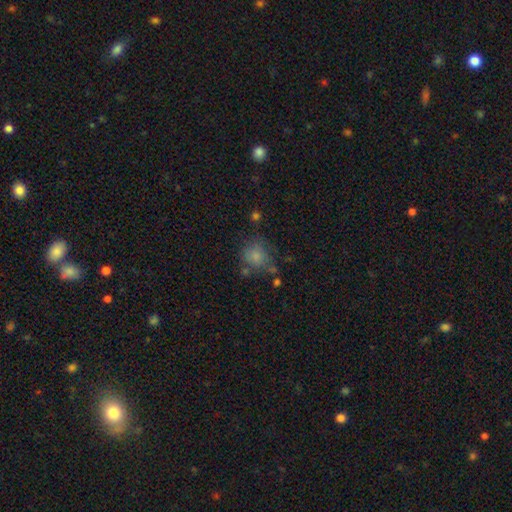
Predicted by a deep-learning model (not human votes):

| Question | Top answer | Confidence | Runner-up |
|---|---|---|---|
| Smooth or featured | smooth | 77% | star or artifact (13%) |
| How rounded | round | 74% | in between (25%) |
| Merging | none | 55% | minor disturbance (22%) |